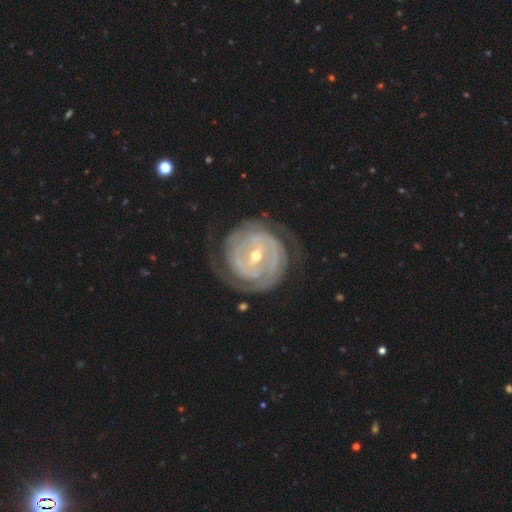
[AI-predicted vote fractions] Overall: featured or disk (90%). Edge-on disk: no (97%). Bar: weak (43%; strong 38%). Spiral arms: yes (96%). Spiral arm count: 2 (44%; can't tell 24%). Spiral winding: tight (78%). Bulge size: small (55%; moderate 42%). Merging: none (75%).